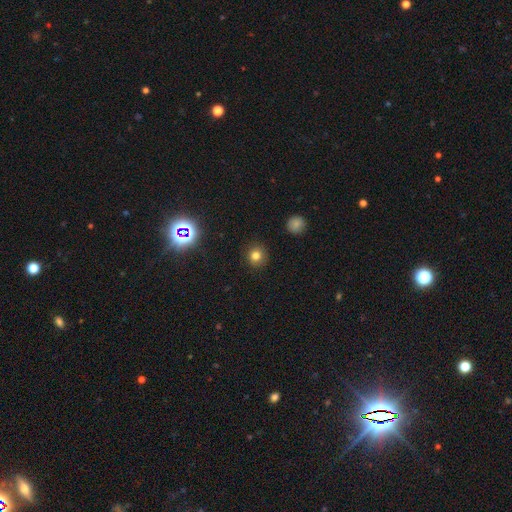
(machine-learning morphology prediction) smooth_or_featured: smooth (p=0.76) [alt: star or artifact p=0.17]
how_rounded: round (p=0.91) [alt: in between p=0.08]
merging: none (p=0.90) [alt: minor disturbance p=0.06]